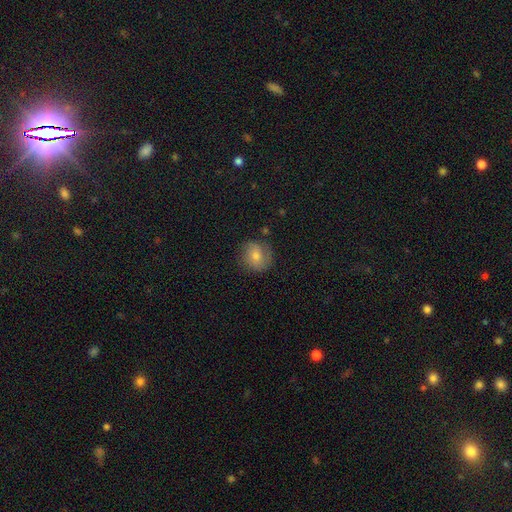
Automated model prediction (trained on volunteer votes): smooth_or_featured: smooth (p=0.59) [alt: featured or disk p=0.29]
how_rounded: round (p=0.81) [alt: in between p=0.18]
merging: none (p=0.75) [alt: minor disturbance p=0.18]